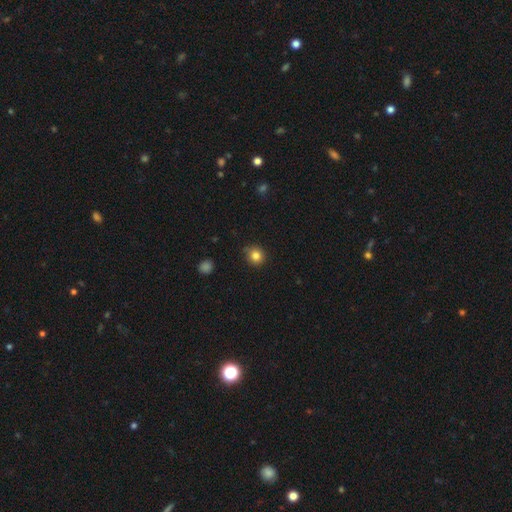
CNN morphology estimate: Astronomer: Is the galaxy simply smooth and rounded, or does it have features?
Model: smooth — 83%.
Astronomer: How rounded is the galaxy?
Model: round — 90%.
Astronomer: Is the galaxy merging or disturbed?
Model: none — 87%.